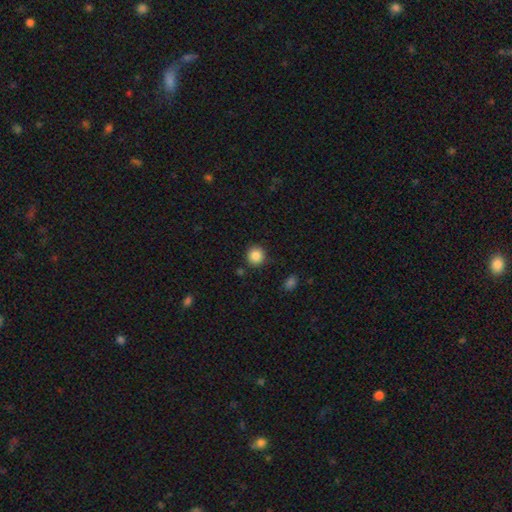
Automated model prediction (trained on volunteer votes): smooth-or-featured: smooth: 86% | star or artifact: 10% | featured or disk: 4%
  how-rounded: round: 93% | in between: 6% | cigar-shaped: 1%
  merging: none: 88% | minor disturbance: 7% | merger: 3% | major disturbance: 2%